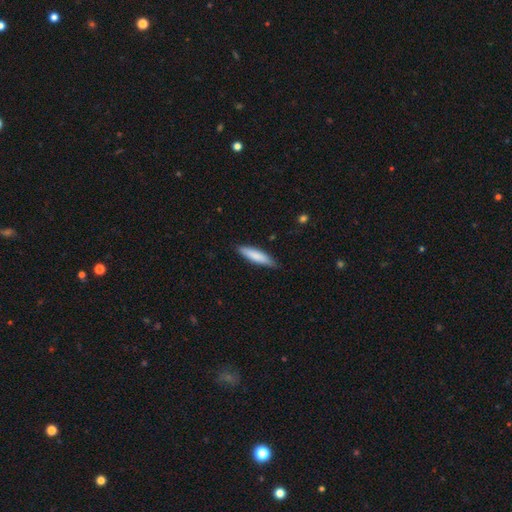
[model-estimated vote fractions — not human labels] A smooth galaxy with no disk features (81%) that is cigar-shaped (76%).

Vote fractions:
- Smooth or featured? smooth: 81% / featured or disk: 14% / star or artifact: 5%
- How rounded? cigar-shaped: 76% / in between: 23% / round: 1%
- Merging? none: 84% / minor disturbance: 13% / major disturbance: 2% / merger: 1%